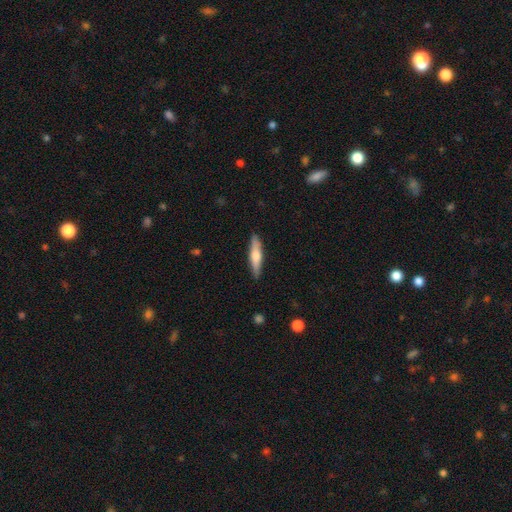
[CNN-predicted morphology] Smooth or featured: smooth — 52% (featured or disk — 43%)
How rounded: cigar-shaped — 82% (in between — 17%)
Merging: none — 89% (minor disturbance — 9%)